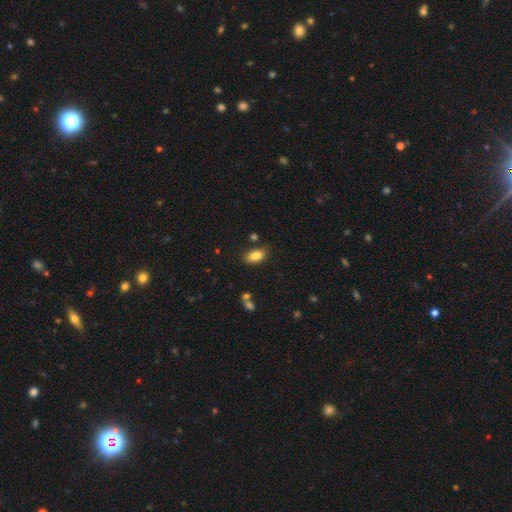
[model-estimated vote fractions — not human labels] smooth 86%, star or artifact 8%, featured or disk 7%. Down the decision tree: how rounded — in between (91%); merging — none (80%).